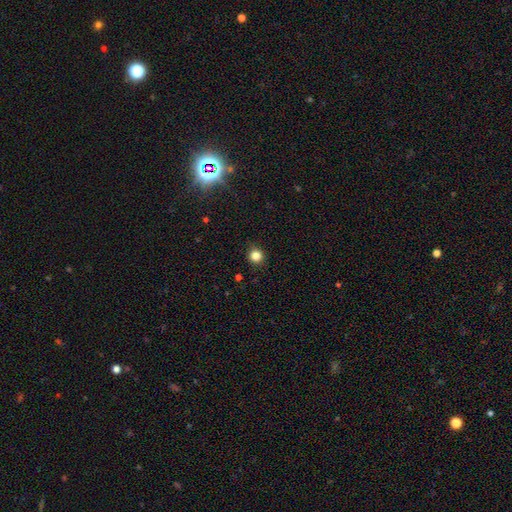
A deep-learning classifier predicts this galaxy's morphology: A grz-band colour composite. It shows a smooth galaxy with no disk features (83%) that is round (92%). Merging: none (90%).